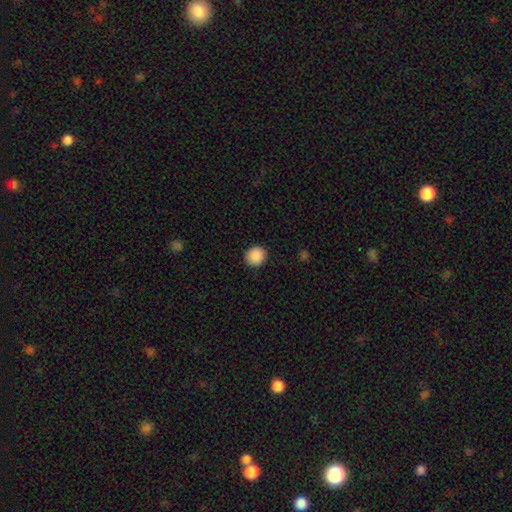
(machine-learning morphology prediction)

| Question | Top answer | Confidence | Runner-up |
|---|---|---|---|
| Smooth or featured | smooth | 89% | star or artifact (8%) |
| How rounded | round | 88% | in between (11%) |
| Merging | none | 91% | minor disturbance (6%) |